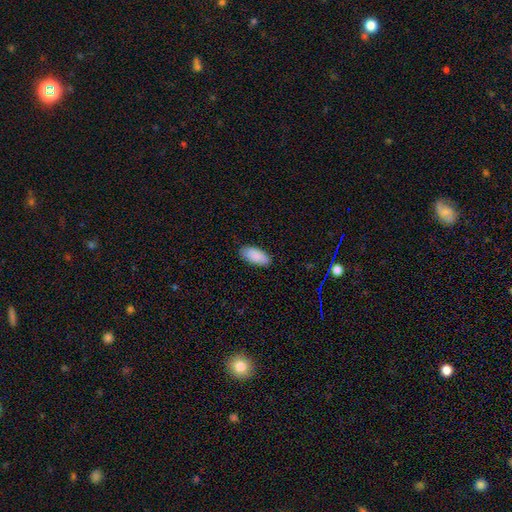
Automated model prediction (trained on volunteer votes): smooth_or_featured: smooth (p=0.89) [alt: star or artifact p=0.06]
how_rounded: in between (p=0.91) [alt: cigar-shaped p=0.07]
merging: none (p=0.85) [alt: minor disturbance p=0.12]